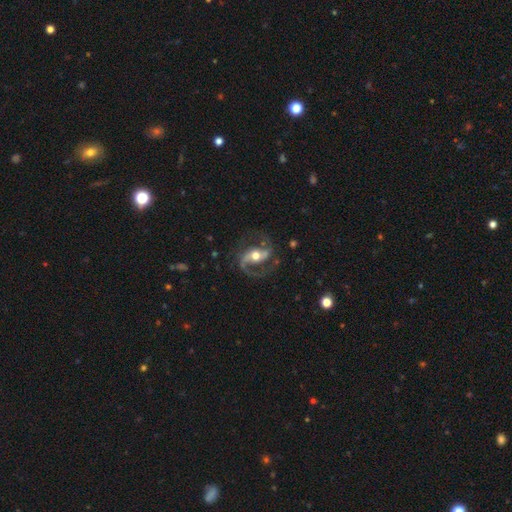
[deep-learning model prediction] Q: Smooth or featured?
A: featured or disk (90%); runner-up: smooth (6%)
Q: Edge-on disk?
A: no (97%); runner-up: yes (3%)
Q: Bar?
A: weak (35%); runner-up: strong (34%)
Q: Spiral arms?
A: yes (96%); runner-up: no (4%)
Q: Spiral winding?
A: medium (57%); runner-up: loose (31%)
Q: Spiral arm count?
A: 2 (89%); runner-up: 1 (6%)
Q: Bulge size?
A: moderate (71%); runner-up: small (13%)
Q: Merging?
A: none (72%); runner-up: minor disturbance (14%)